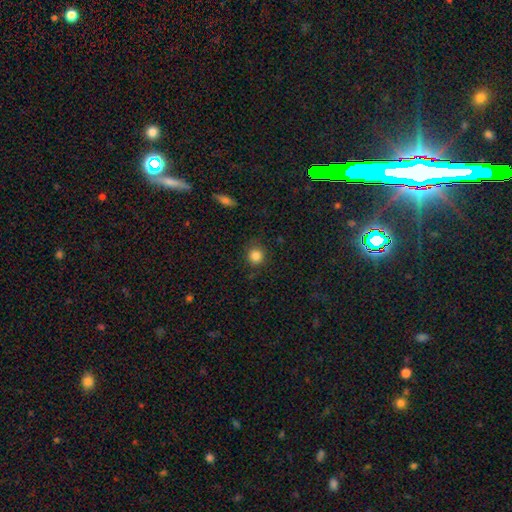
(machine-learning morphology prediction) Smooth or featured?
  - smooth: 85% *
  - star or artifact: 11%
  - featured or disk: 4%
How rounded?
  - round: 92% *
  - in between: 7%
  - cigar-shaped: 1%
Merging?
  - none: 86% *
  - minor disturbance: 10%
  - major disturbance: 3%
  - merger: 1%